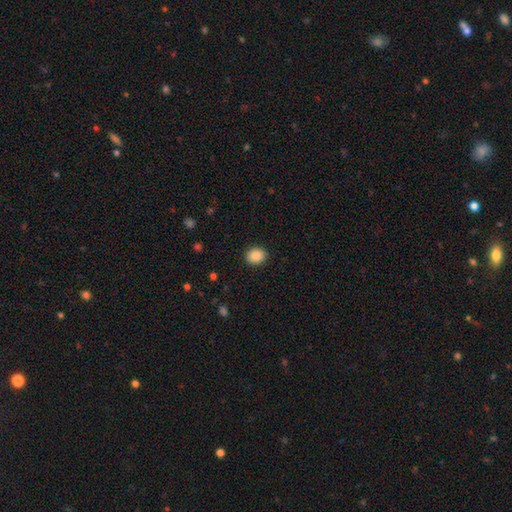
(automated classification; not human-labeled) smooth_or_featured: smooth (p=0.88) [alt: star or artifact p=0.09]
how_rounded: round (p=0.61) [alt: in between p=0.38]
merging: none (p=0.91) [alt: minor disturbance p=0.06]